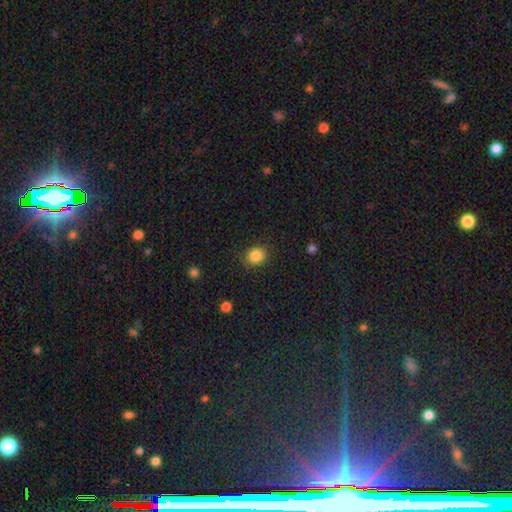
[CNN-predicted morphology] smooth 86%, star or artifact 10%, featured or disk 5%. Down the decision tree: how rounded — round (65%); merging — none (86%).